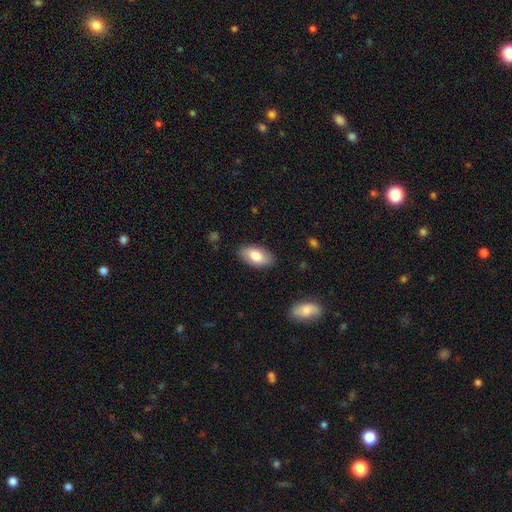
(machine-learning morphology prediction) Smooth or featured? Predicted: smooth (p=0.80). How rounded? Predicted: in between (p=0.94). Merging? Predicted: none (p=0.87).